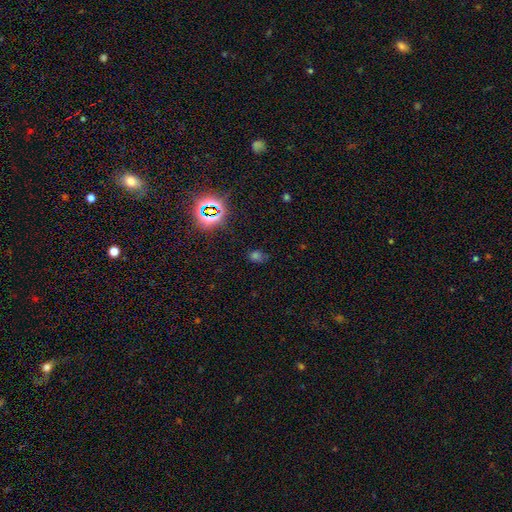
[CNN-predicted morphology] Q: Smooth or featured?
A: star or artifact (51%); runner-up: smooth (41%)